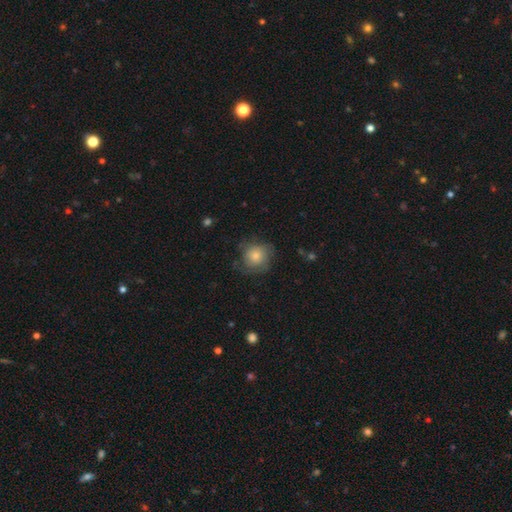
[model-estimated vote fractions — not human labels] Smooth or featured?
  - smooth: 68% *
  - featured or disk: 24%
  - star or artifact: 8%
How rounded?
  - round: 86% *
  - in between: 13%
  - cigar-shaped: 1%
Merging?
  - none: 61% *
  - minor disturbance: 25%
  - major disturbance: 12%
  - merger: 1%